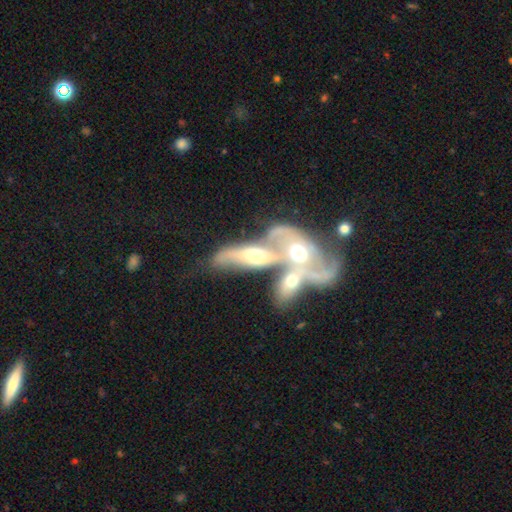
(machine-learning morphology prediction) type=featured or disk (68%); edge-on=no (74%); bar=no (75%); spiral arms=yes (56%); bulge=moderate (68%); merging=merger (71%).